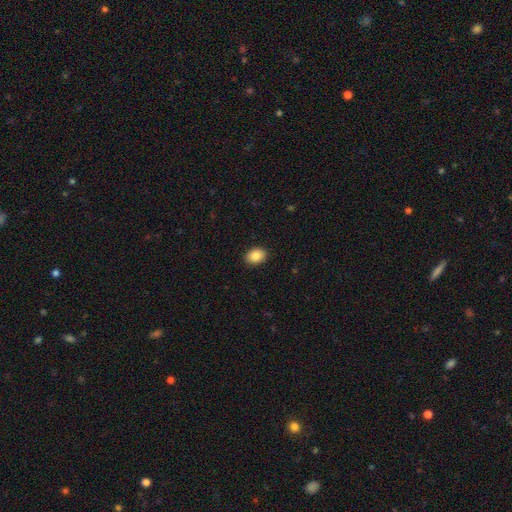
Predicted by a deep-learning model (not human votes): Smooth or featured?
  - smooth: 88% *
  - star or artifact: 8%
  - featured or disk: 4%
How rounded?
  - in between: 72% *
  - round: 27%
  - cigar-shaped: 1%
Merging?
  - none: 90% *
  - minor disturbance: 7%
  - major disturbance: 2%
  - merger: 1%